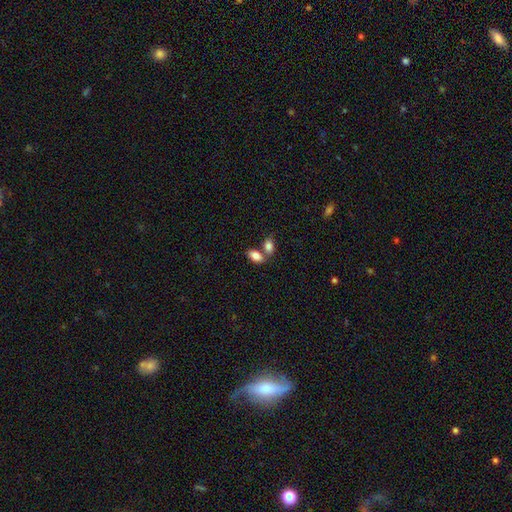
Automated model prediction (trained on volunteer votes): smooth 83%, featured or disk 9%, star or artifact 8%. Down the decision tree: how rounded — in between (91%); merging — merger (45%).